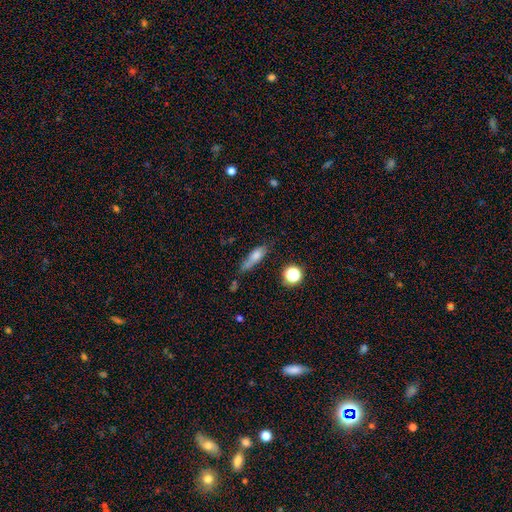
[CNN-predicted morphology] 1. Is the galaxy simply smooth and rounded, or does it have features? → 68% smooth, 19% featured or disk, 13% star or artifact.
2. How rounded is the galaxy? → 49% cigar-shaped, 44% in between, 7% round.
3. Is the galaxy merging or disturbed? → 46% none, 29% minor disturbance, 14% major disturbance, 12% merger.